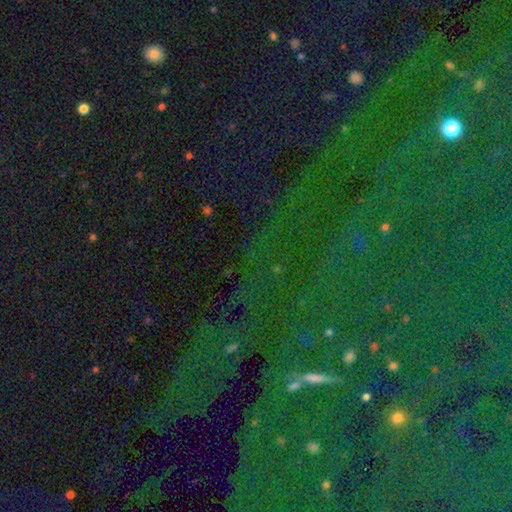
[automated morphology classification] star or artifact 83%, smooth 9%, featured or disk 8%.